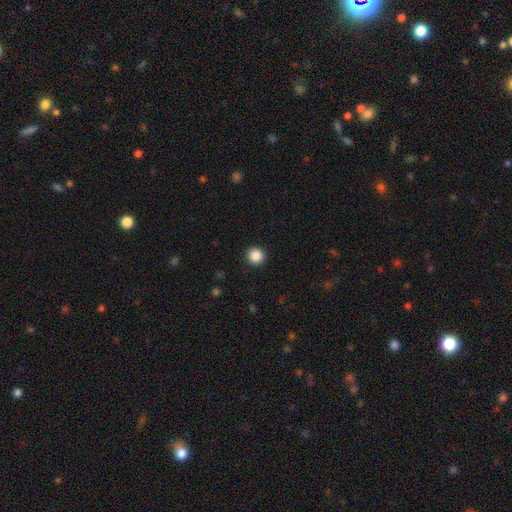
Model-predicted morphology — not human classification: type=smooth (86%); roundness=round (94%); merging=none (93%).